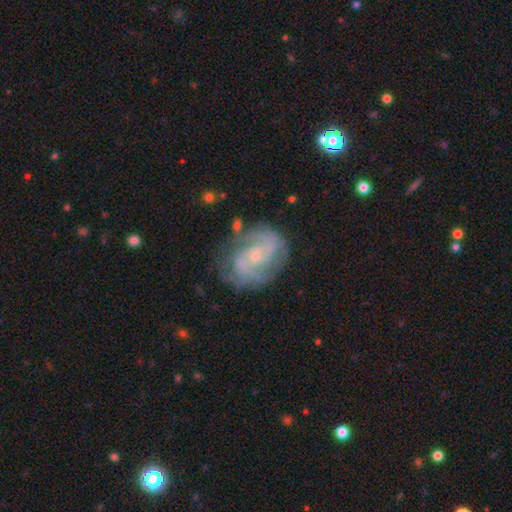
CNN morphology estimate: This appears to be a featured or disk galaxy (83%) with no bar (57%), 2 (55%) tight (44%) spiral arms (93%) and a small central bulge (73%). Merging: none (69%).